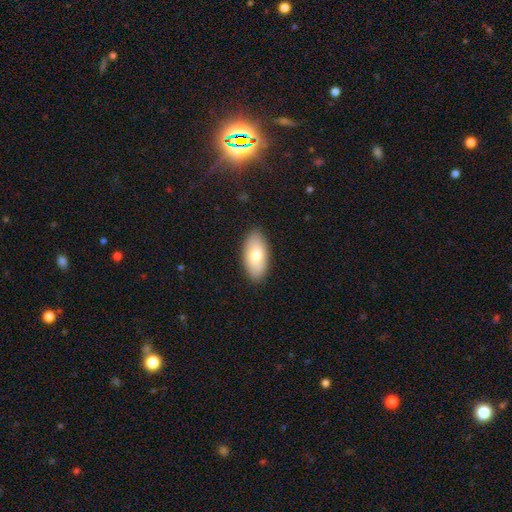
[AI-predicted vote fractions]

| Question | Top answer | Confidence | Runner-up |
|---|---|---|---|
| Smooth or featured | smooth | 76% | featured or disk (18%) |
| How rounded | in between | 93% | cigar-shaped (5%) |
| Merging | none | 88% | minor disturbance (9%) |